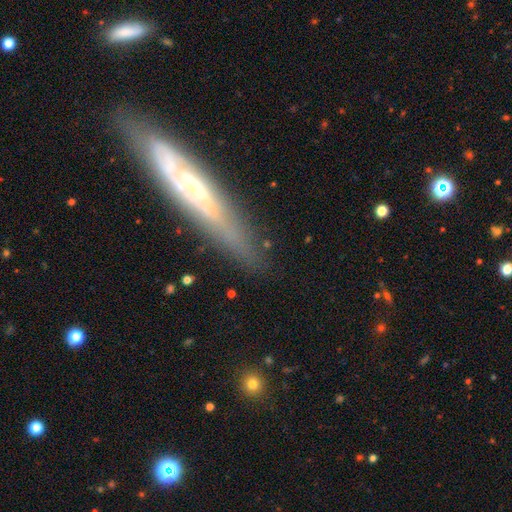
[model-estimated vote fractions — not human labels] A featured or disk galaxy (65%) viewed edge-on (79%) with no central bulge (60%).

Vote fractions:
- Smooth or featured? featured or disk: 65% / smooth: 27% / star or artifact: 9%
- Edge-on disk? yes: 79% / no: 21%
- Edge-on bulge? none: 60% / rounded: 29% / boxy: 12%
- Merging? none: 81% / minor disturbance: 13% / major disturbance: 3% / merger: 2%